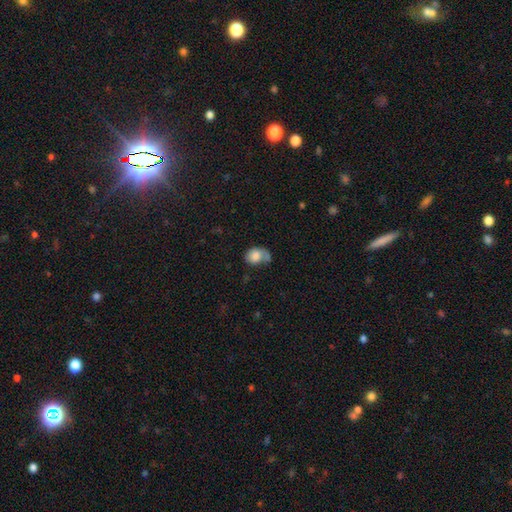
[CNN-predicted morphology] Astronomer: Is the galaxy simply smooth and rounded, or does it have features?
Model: smooth — 77%.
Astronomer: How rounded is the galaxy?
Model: in between — 59% (runner-up: round, 40%).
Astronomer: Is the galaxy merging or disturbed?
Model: none — 33% (runner-up: minor disturbance, 27%).